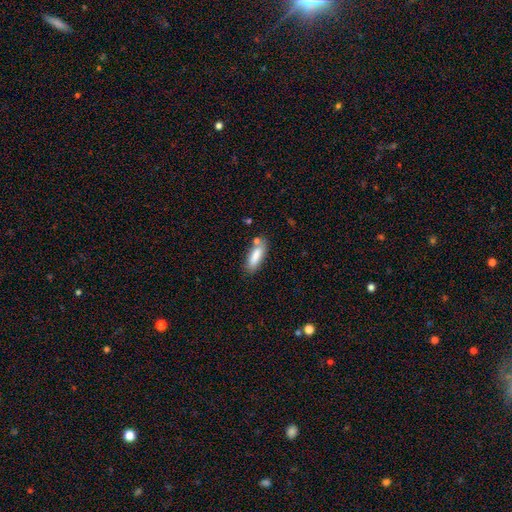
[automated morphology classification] Smooth or featured: smooth — 83% (featured or disk — 10%)
How rounded: in between — 53% (cigar-shaped — 45%)
Merging: none — 70% (minor disturbance — 16%)